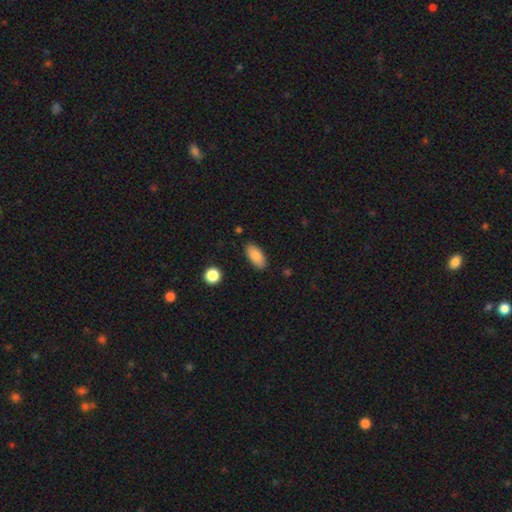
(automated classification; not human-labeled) Overall: smooth (86%). How rounded: in between (89%). Merging: none (86%).